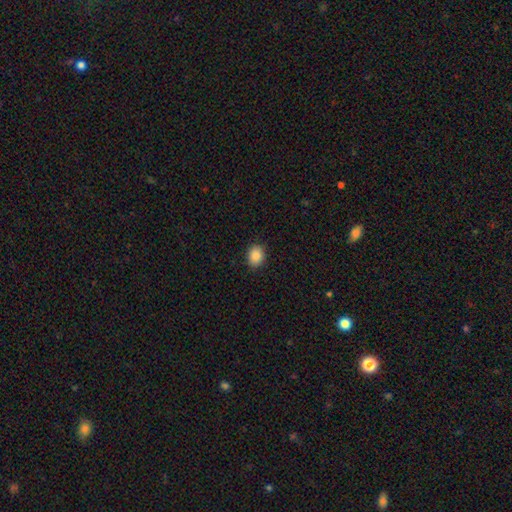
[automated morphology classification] This appears to be a smooth galaxy with no disk features (87%) that is round (51%). Merging: none (89%).